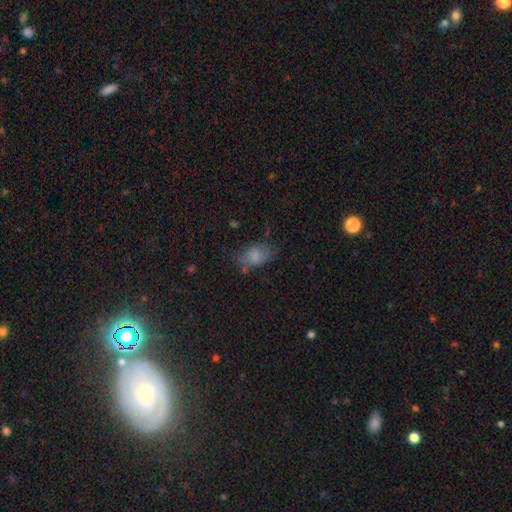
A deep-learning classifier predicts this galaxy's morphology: type=smooth (77%); roundness=in between (87%); merging=none (57%).